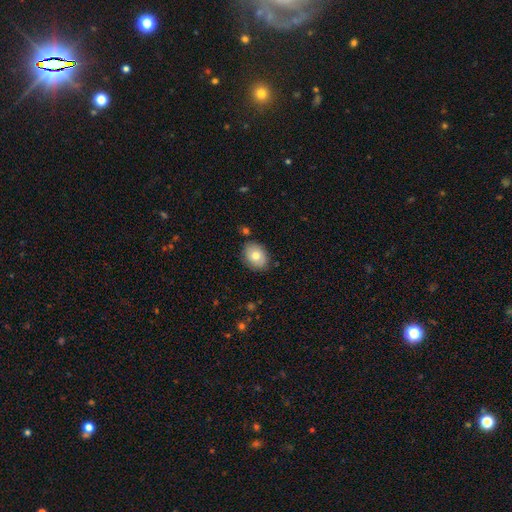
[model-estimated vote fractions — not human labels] smooth 75%, featured or disk 17%, star or artifact 8%. Down the decision tree: how rounded — in between (64%); merging — none (82%).